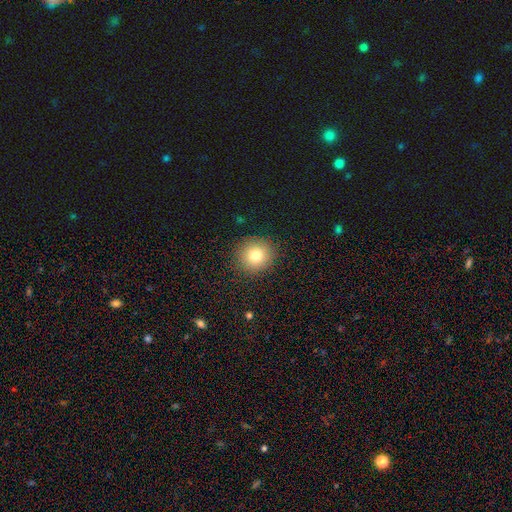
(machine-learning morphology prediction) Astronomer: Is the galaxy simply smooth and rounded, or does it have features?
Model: smooth — 77%.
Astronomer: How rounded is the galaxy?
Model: round — 90%.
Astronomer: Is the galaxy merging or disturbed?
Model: none — 90%.